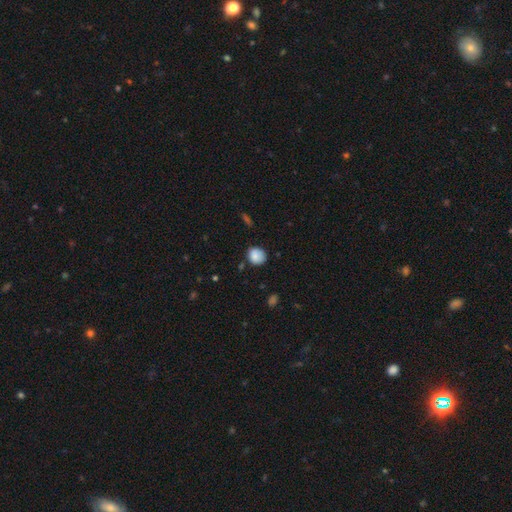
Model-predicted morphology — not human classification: A smooth galaxy with no disk features (85%) that is round (76%).

Vote fractions:
- Smooth or featured? smooth: 85% / star or artifact: 9% / featured or disk: 7%
- How rounded? round: 76% / in between: 23% / cigar-shaped: 1%
- Merging? none: 75% / minor disturbance: 18% / major disturbance: 3% / merger: 3%